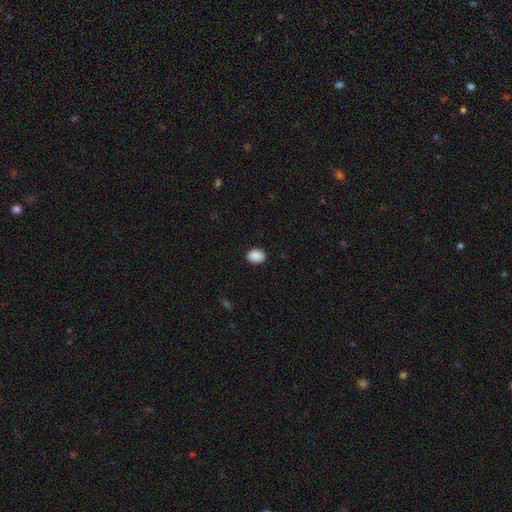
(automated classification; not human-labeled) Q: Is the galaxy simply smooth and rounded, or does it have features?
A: smooth — 90%.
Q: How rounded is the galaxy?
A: in between — 69%.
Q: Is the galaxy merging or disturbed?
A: none — 89%.